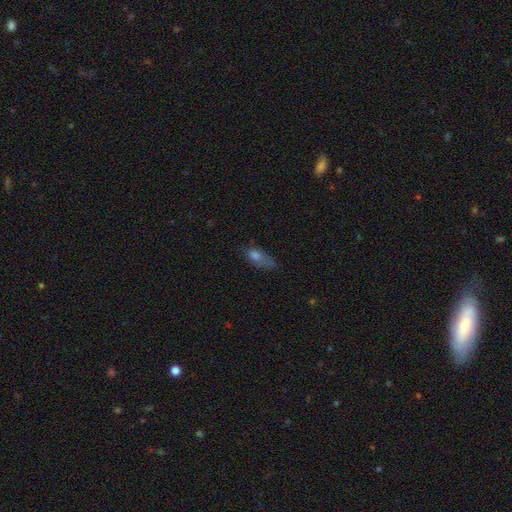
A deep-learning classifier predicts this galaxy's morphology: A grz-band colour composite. It shows a smooth galaxy with no disk features (64%) that is in between round and cigar-shaped (69%). Merging: none (40%).